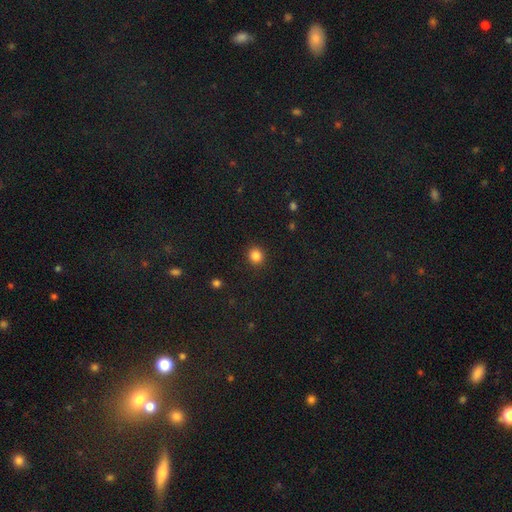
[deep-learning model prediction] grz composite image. It shows a smooth galaxy with no disk features (85%) that is round (90%). Merging: none (91%).